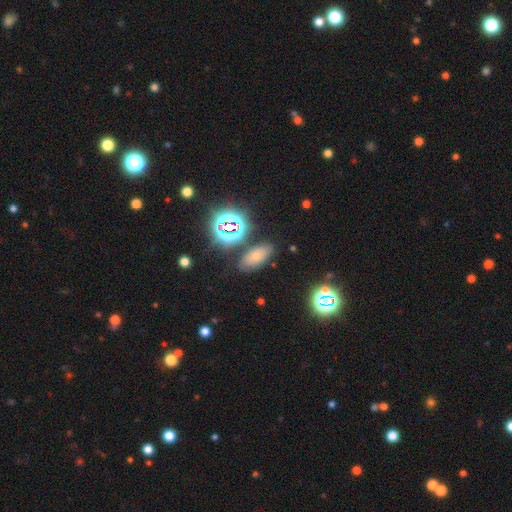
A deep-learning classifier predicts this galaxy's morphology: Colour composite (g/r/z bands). It shows a smooth galaxy with no disk features (55%) that is in between round and cigar-shaped (86%). Merging: none (78%).